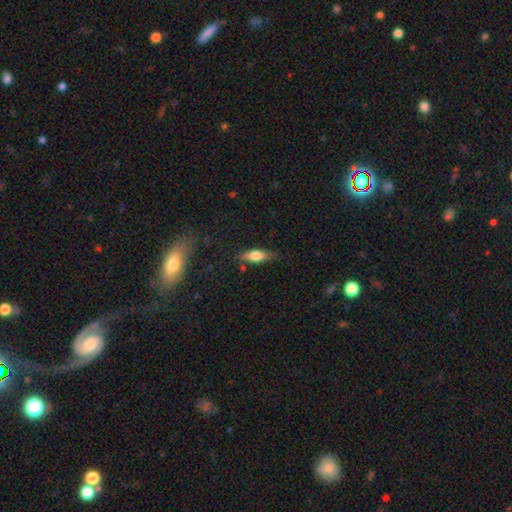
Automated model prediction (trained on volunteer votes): Smooth or featured? Predicted: smooth (p=0.62). How rounded? Predicted: in between (p=0.58). Merging? Predicted: none (p=0.78).